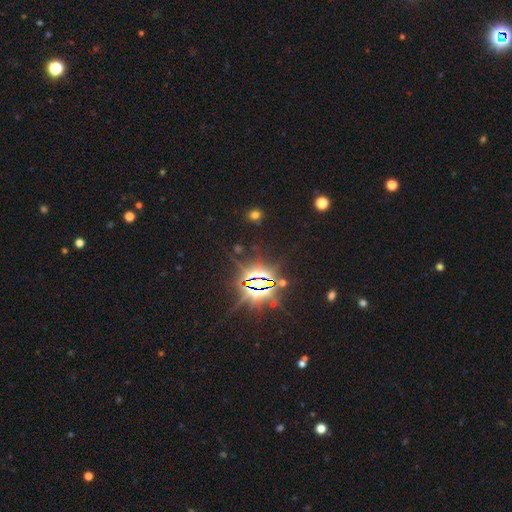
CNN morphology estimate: A star or artifact, not a galaxy (86%).